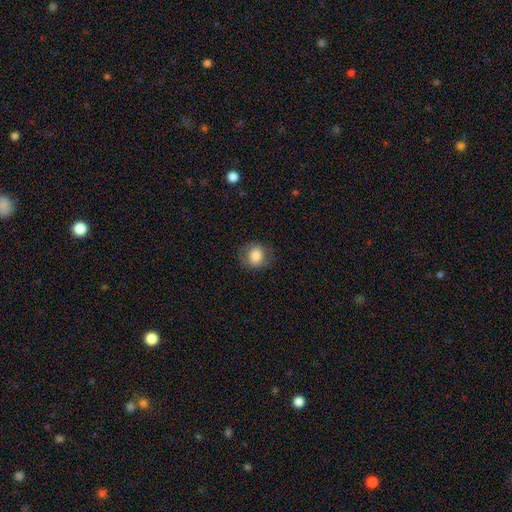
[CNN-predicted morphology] Smooth or featured: smooth — 81% (featured or disk — 10%)
How rounded: round — 77% (in between — 22%)
Merging: none — 79% (minor disturbance — 14%)